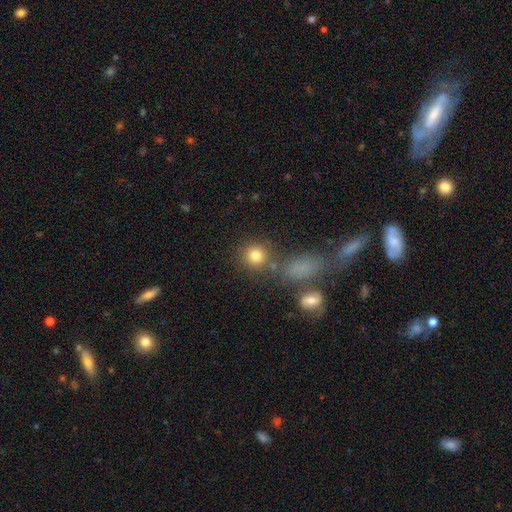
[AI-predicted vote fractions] smooth_or_featured: smooth (p=0.80) [alt: star or artifact p=0.12]
how_rounded: round (p=0.86) [alt: in between p=0.12]
merging: none (p=0.73) [alt: merger p=0.13]